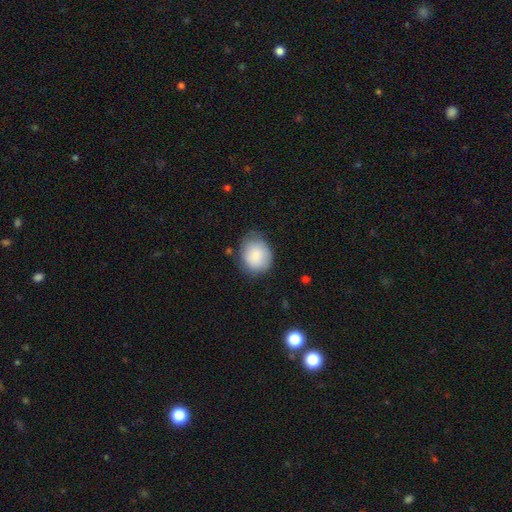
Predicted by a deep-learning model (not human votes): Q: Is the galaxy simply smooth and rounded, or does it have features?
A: smooth — 84%.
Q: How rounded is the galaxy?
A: round — 57%.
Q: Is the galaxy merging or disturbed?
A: none — 65%.